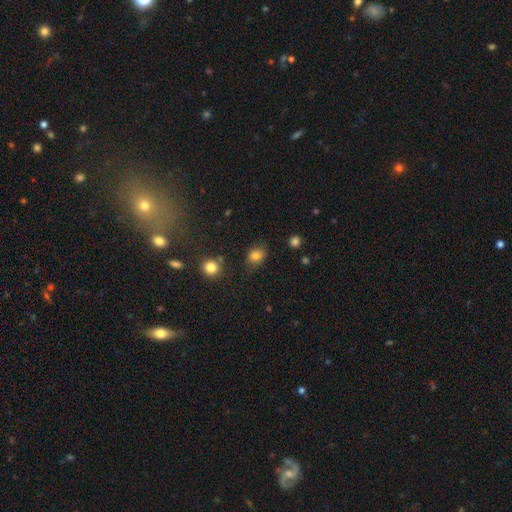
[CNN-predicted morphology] smooth 81%, star or artifact 12%, featured or disk 7%. Down the decision tree: how rounded — in between (60%); merging — none (74%).